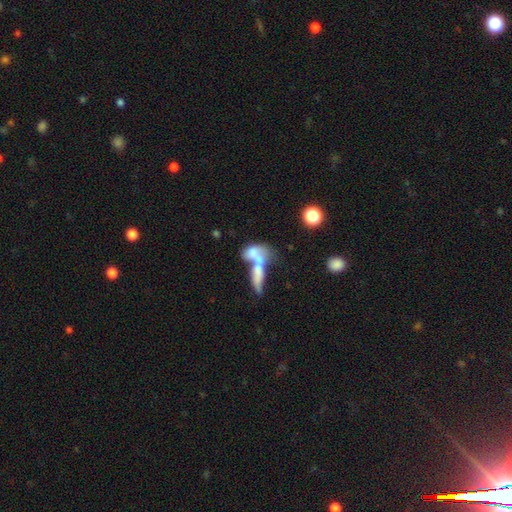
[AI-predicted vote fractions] Morphology: type=smooth (56%); roundness=in between (75%); merging=merger (72%).